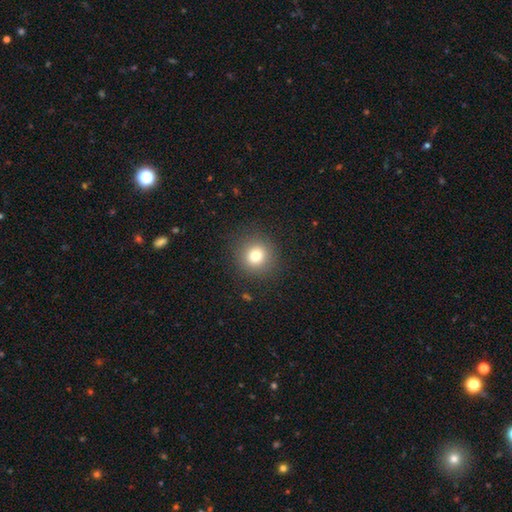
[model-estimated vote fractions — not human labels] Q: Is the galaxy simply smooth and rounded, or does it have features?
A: smooth — 78%.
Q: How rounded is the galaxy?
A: round — 90%.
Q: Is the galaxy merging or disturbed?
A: none — 89%.